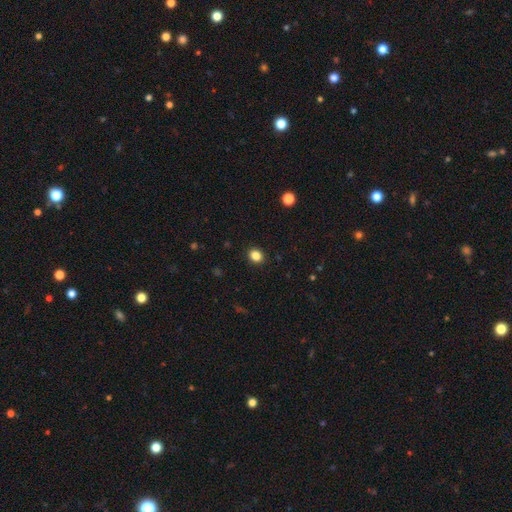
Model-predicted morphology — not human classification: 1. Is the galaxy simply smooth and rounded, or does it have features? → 85% smooth, 11% star or artifact, 4% featured or disk.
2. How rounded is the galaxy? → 64% round, 36% in between, 1% cigar-shaped.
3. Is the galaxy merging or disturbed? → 91% none, 6% minor disturbance, 2% major disturbance, 1% merger.